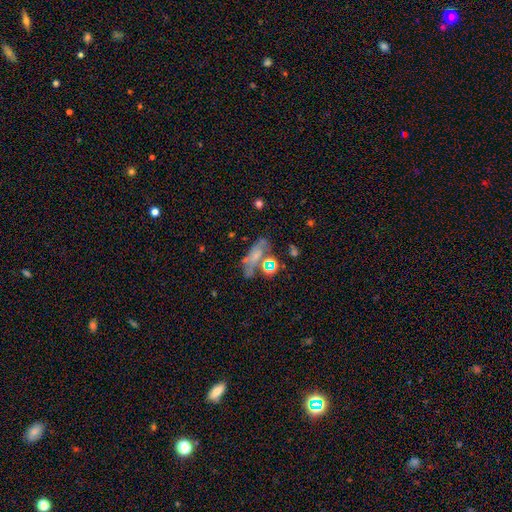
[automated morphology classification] Overall: smooth (42%; featured or disk 36%). Merging: none (39%; merger 22%).